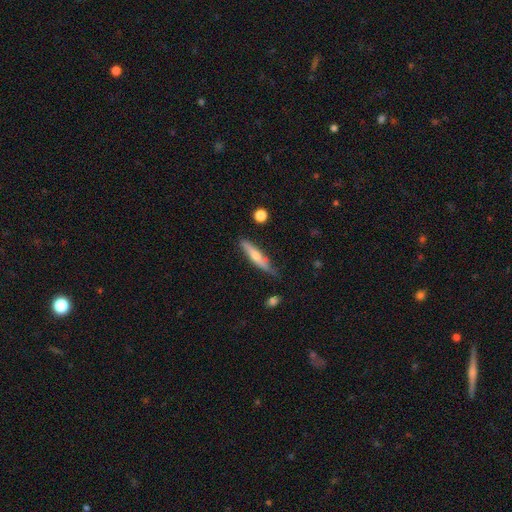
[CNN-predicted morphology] type=smooth (50%); merging=none (75%).